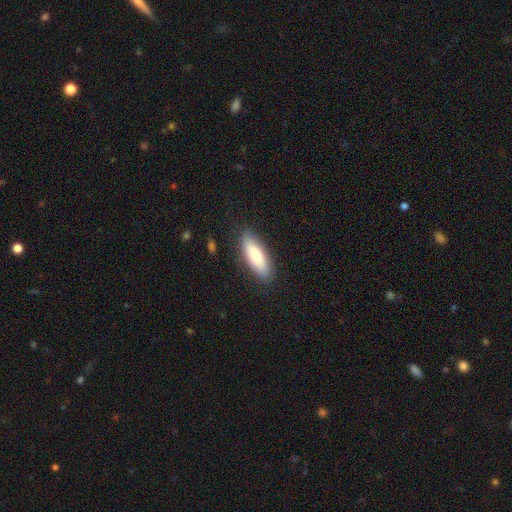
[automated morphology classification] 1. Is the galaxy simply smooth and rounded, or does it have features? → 80% smooth, 15% featured or disk, 6% star or artifact.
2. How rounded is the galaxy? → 62% in between, 36% cigar-shaped, 2% round.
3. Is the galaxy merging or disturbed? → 85% none, 11% minor disturbance, 3% major disturbance, 1% merger.